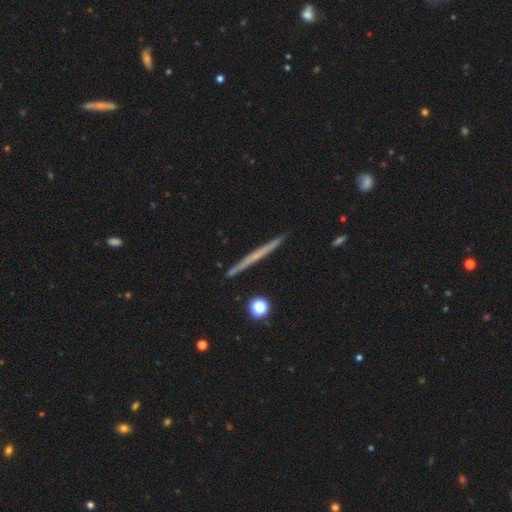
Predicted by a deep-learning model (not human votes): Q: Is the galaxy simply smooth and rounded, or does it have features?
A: featured or disk — 57%.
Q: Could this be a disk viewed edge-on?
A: yes — 98%.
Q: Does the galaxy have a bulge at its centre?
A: none — 86%.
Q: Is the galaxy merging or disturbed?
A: none — 92%.